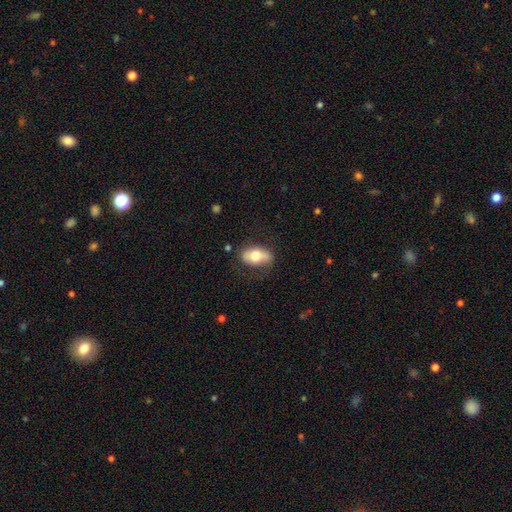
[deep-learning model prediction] Smooth or featured?
  - smooth: 65% *
  - featured or disk: 28%
  - star or artifact: 6%
How rounded?
  - in between: 88% *
  - round: 9%
  - cigar-shaped: 3%
Merging?
  - none: 74% *
  - minor disturbance: 18%
  - major disturbance: 6%
  - merger: 2%